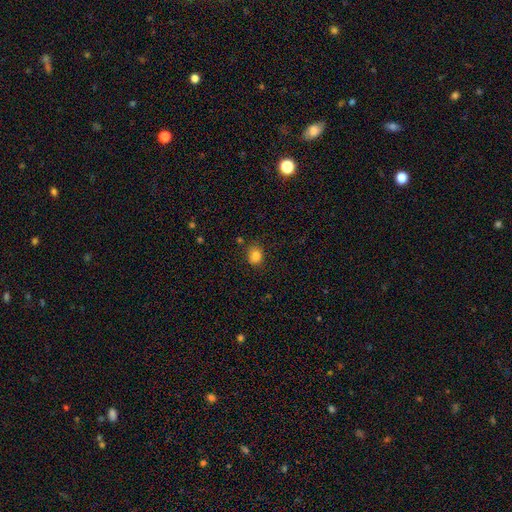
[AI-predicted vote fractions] Q: Smooth or featured?
A: smooth (83%); runner-up: star or artifact (11%)
Q: How rounded?
A: round (55%); runner-up: in between (44%)
Q: Merging?
A: none (79%); runner-up: minor disturbance (15%)